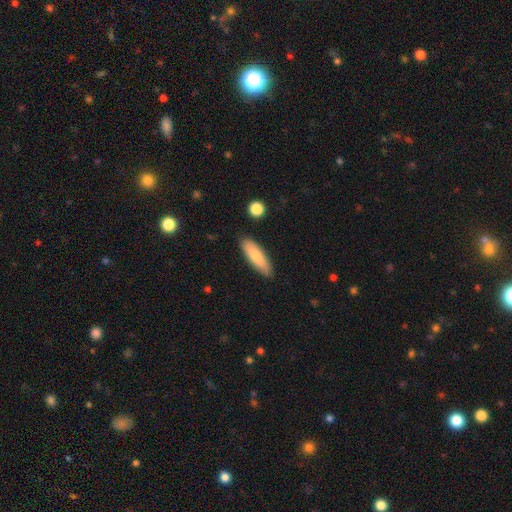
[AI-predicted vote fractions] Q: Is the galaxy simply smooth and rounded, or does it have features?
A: smooth — 79%.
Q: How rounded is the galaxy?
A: cigar-shaped — 51%.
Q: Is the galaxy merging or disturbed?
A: none — 86%.